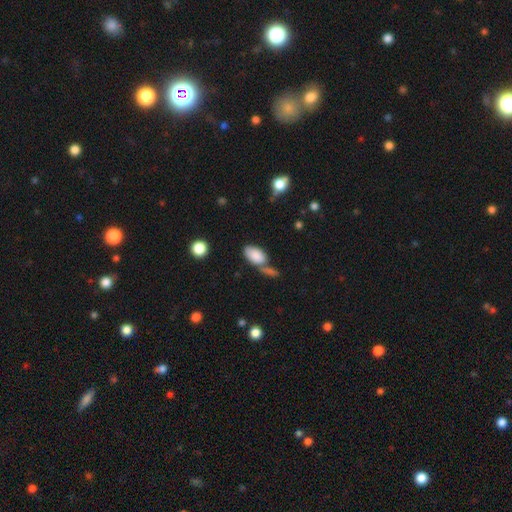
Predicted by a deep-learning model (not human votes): Smooth or featured: smooth — 84% (featured or disk — 9%)
How rounded: in between — 94% (round — 4%)
Merging: none — 47% (merger — 30%)